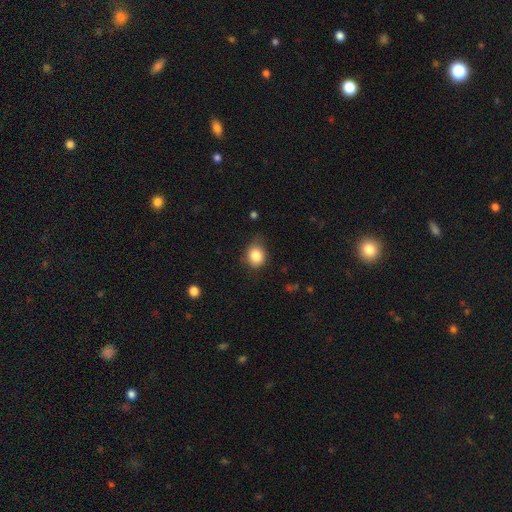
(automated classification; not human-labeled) Smooth or featured? Predicted: smooth (p=0.84). How rounded? Predicted: round (p=0.66). Merging? Predicted: none (p=0.67).